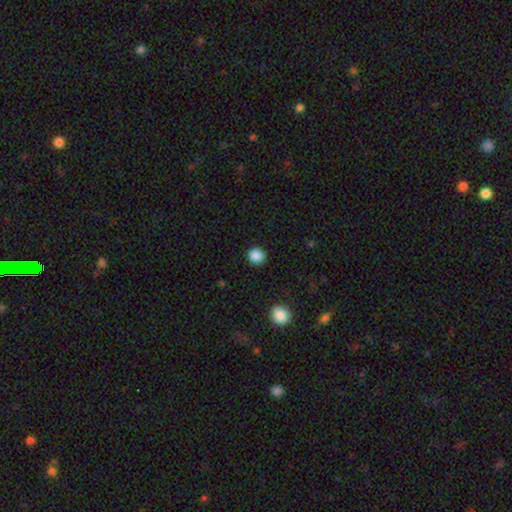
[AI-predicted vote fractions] This is clearly a smooth galaxy (88%). How rounded: clearly round (91%). Merging: clearly none (91%).